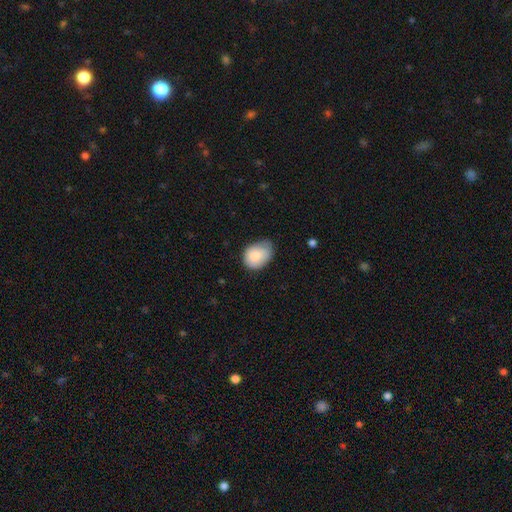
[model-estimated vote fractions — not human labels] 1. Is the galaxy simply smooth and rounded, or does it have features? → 85% smooth, 8% featured or disk, 7% star or artifact.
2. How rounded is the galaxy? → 67% in between, 32% round, 1% cigar-shaped.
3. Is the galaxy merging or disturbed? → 46% minor disturbance, 42% none, 10% major disturbance, 2% merger.